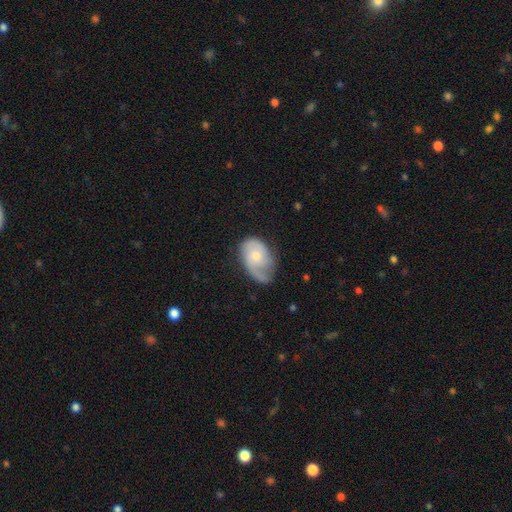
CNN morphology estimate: Smooth or featured: featured or disk — 63% (smooth — 31%)
Edge-on disk: no — 96% (yes — 4%)
Bar: no — 74% (weak — 23%)
Spiral arms: yes — 87% (no — 13%)
Spiral winding: medium — 40% (tight — 32%)
Spiral arm count: 2 — 47% (1 — 33%)
Bulge size: small — 47% (tied with moderate — 47%)
Merging: none — 45% (minor disturbance — 33%)